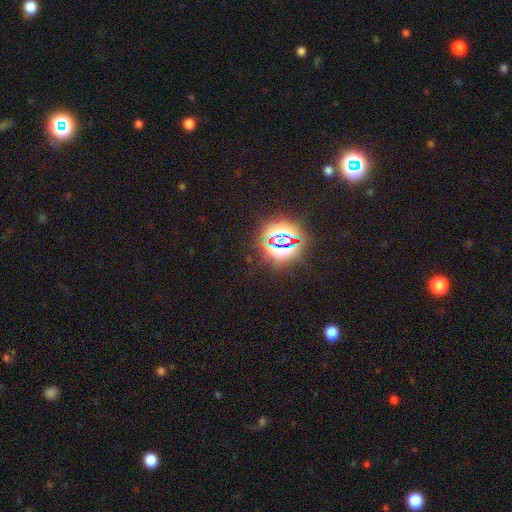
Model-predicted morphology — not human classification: Smooth or featured? star or artifact (81%)